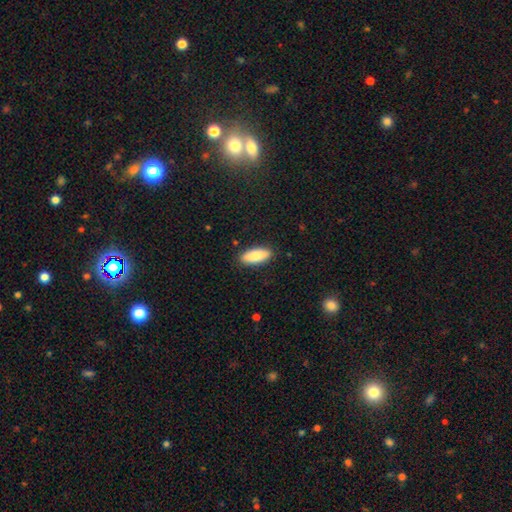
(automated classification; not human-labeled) Q: Smooth or featured?
A: smooth (84%); runner-up: featured or disk (10%)
Q: How rounded?
A: in between (81%); runner-up: cigar-shaped (18%)
Q: Merging?
A: none (88%); runner-up: minor disturbance (9%)